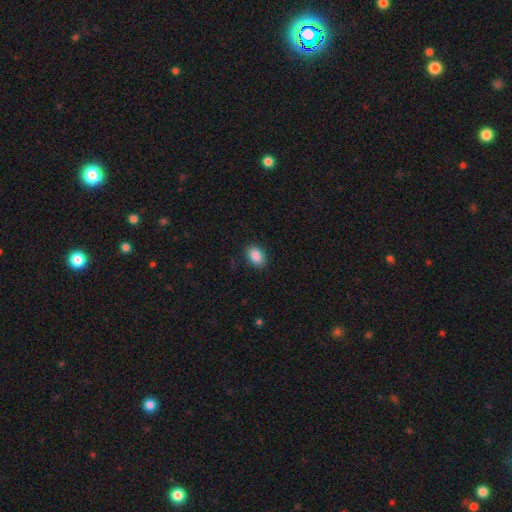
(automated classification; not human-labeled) Smooth or featured?
  - smooth: 88% *
  - star or artifact: 8%
  - featured or disk: 4%
How rounded?
  - in between: 84% *
  - round: 15%
  - cigar-shaped: 1%
Merging?
  - none: 87% *
  - minor disturbance: 10%
  - major disturbance: 3%
  - merger: 1%